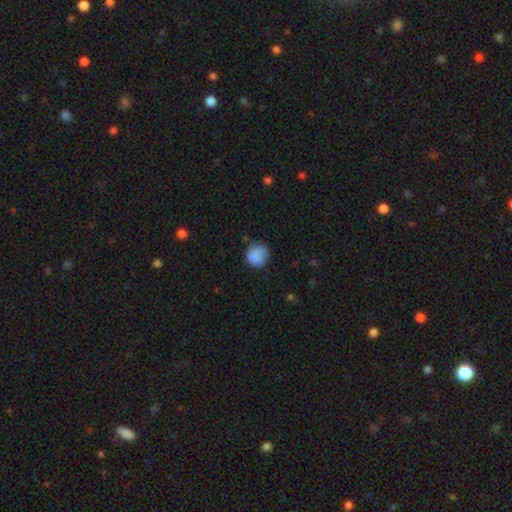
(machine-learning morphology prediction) smooth_or_featured: smooth (p=0.84) [alt: star or artifact p=0.09]
how_rounded: round (p=0.85) [alt: in between p=0.14]
merging: none (p=0.70) [alt: minor disturbance p=0.22]